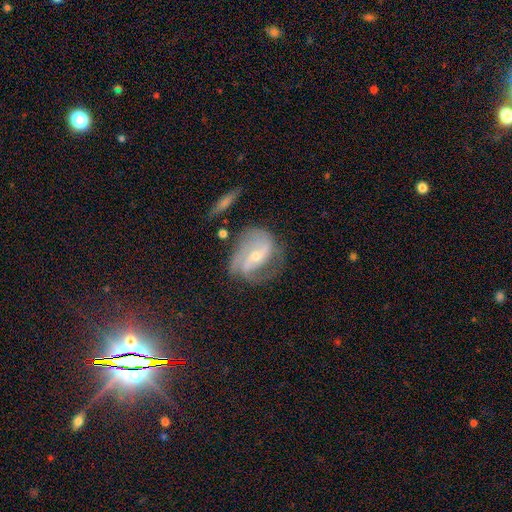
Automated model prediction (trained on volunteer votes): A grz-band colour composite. It shows a featured or disk galaxy (81%) with a weak bar (39%), 2 (57%) medium (44%) spiral arms (92%) and a small central bulge (57%). Merging: none (57%).